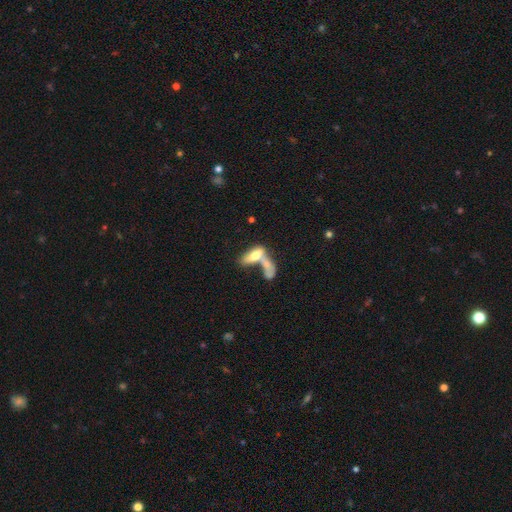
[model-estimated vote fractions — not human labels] Smooth or featured: smooth — 63% (featured or disk — 30%)
How rounded: in between — 71% (cigar-shaped — 24%)
Merging: merger — 67% (none — 15%)